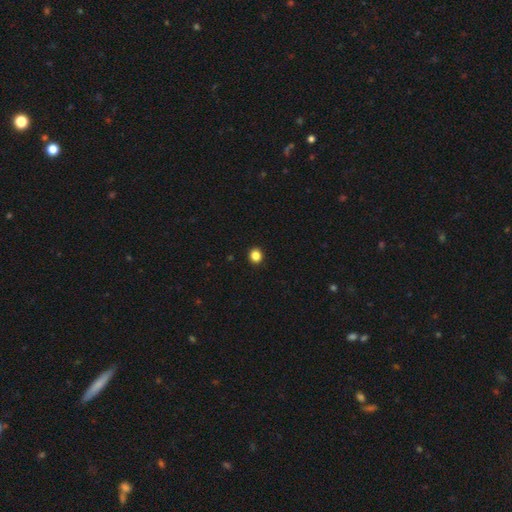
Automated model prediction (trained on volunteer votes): This appears to be a smooth galaxy with no disk features (85%) that is round (87%). Merging: none (93%).